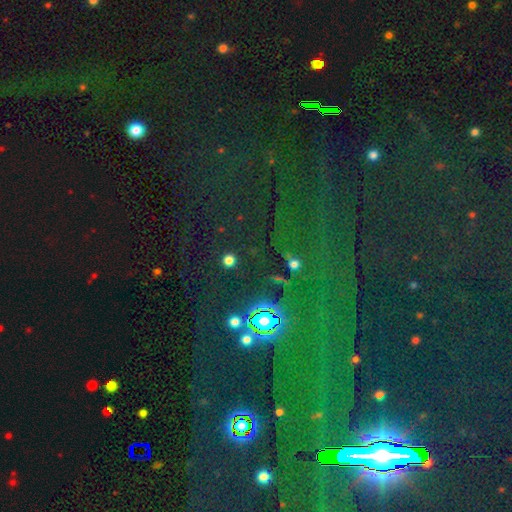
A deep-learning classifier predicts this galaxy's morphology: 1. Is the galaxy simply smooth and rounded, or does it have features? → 83% star or artifact, 10% smooth, 7% featured or disk.